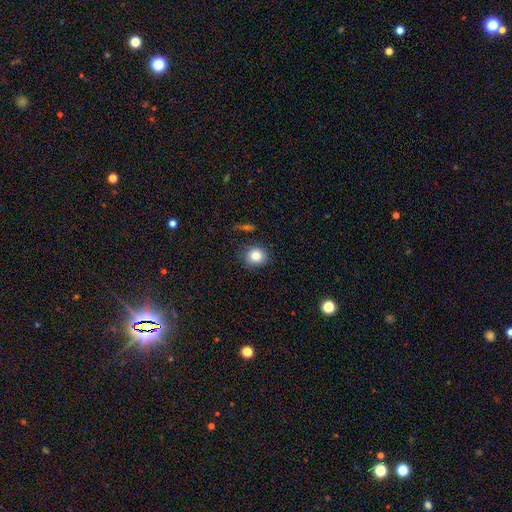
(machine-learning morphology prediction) Q: Smooth or featured?
A: smooth (83%); runner-up: star or artifact (10%)
Q: How rounded?
A: round (79%); runner-up: in between (20%)
Q: Merging?
A: none (84%); runner-up: minor disturbance (11%)